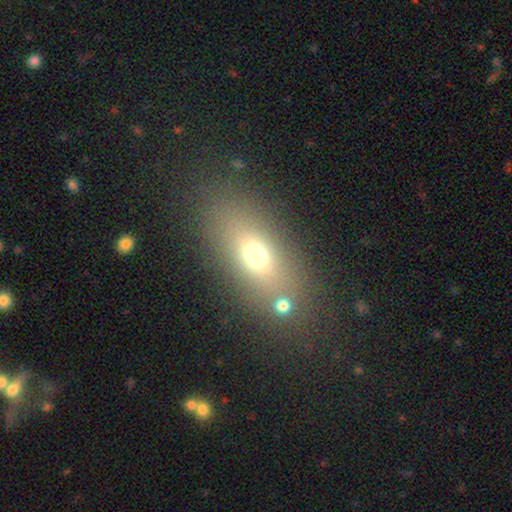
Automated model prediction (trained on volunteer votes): smooth-or-featured: smooth: 67% | featured or disk: 18% | star or artifact: 14%
  how-rounded: in between: 76% | cigar-shaped: 12% | round: 12%
  merging: none: 74% | minor disturbance: 11% | merger: 8% | major disturbance: 6%